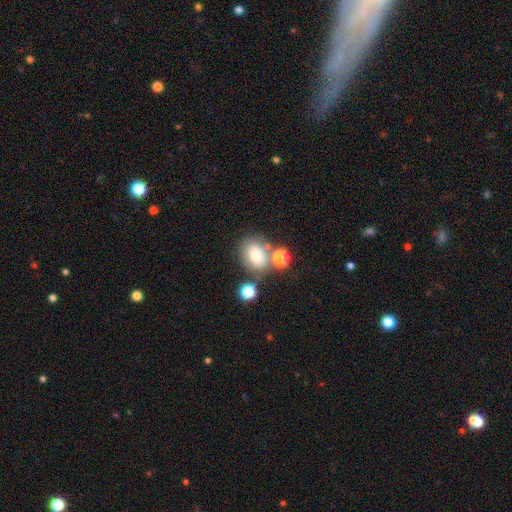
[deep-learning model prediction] Q: Smooth or featured?
A: smooth (71%); runner-up: featured or disk (16%)
Q: How rounded?
A: in between (61%); runner-up: round (37%)
Q: Merging?
A: none (58%); runner-up: merger (19%)